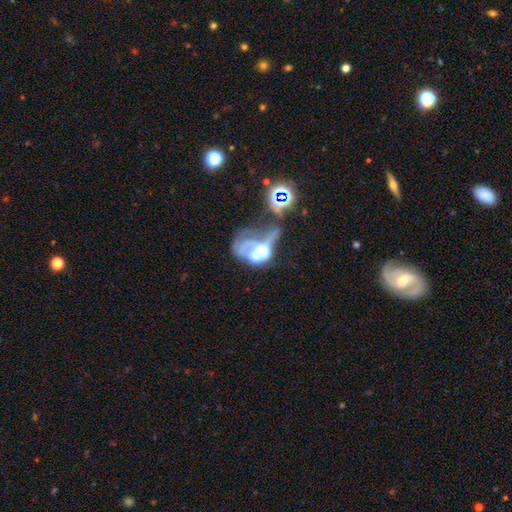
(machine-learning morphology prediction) This appears to be a featured or disk galaxy (54%) with no bar (82%), no spiral arms (76%) and a moderate central bulge (34%). Merging: merger (46%).